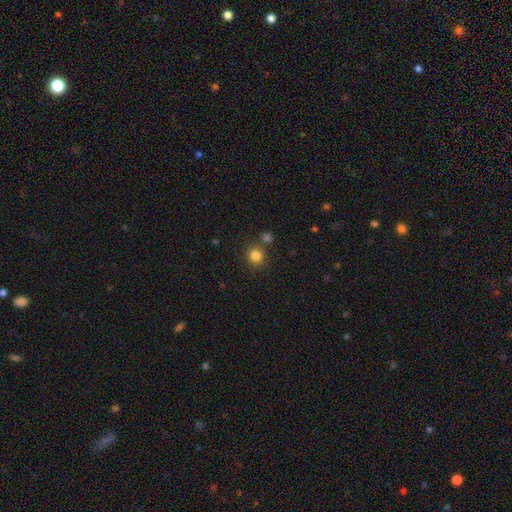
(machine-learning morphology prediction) This appears to be a smooth galaxy with no disk features (83%) that is round (91%). Merging: none (79%).